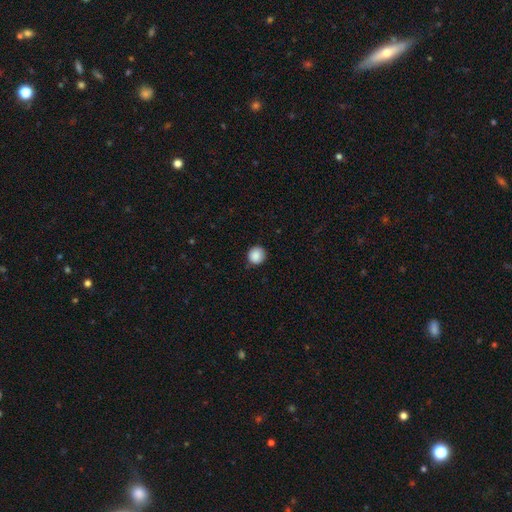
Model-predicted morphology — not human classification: smooth-or-featured: smooth: 88% | star or artifact: 9% | featured or disk: 3%
  how-rounded: round: 91% | in between: 8% | cigar-shaped: 1%
  merging: none: 86% | minor disturbance: 10% | major disturbance: 2% | merger: 1%